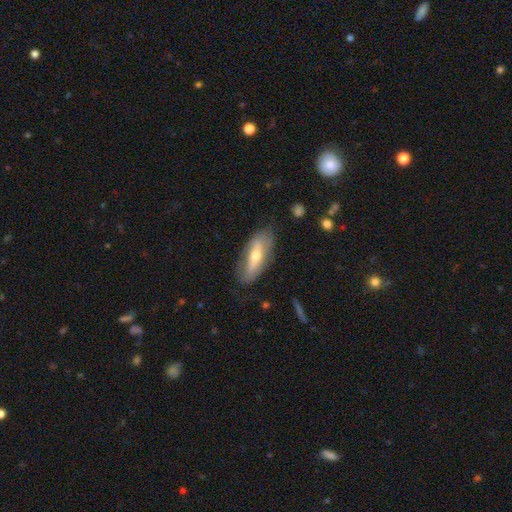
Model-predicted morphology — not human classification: Smooth or featured: featured or disk — 53% (smooth — 40%)
Edge-on disk: no — 65% (yes — 35%)
Merging: none — 70% (minor disturbance — 21%)